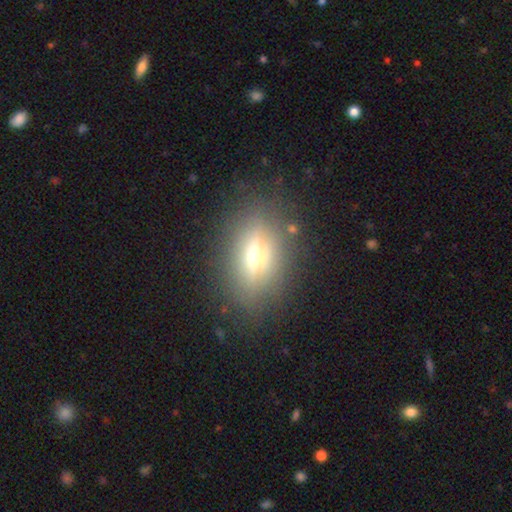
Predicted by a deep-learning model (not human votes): The model was most divided on "smooth or featured": featured or disk: 54%, smooth: 35%, star or artifact: 12%. More confident: merging — none (83%); edge-on disk — yes (74%).